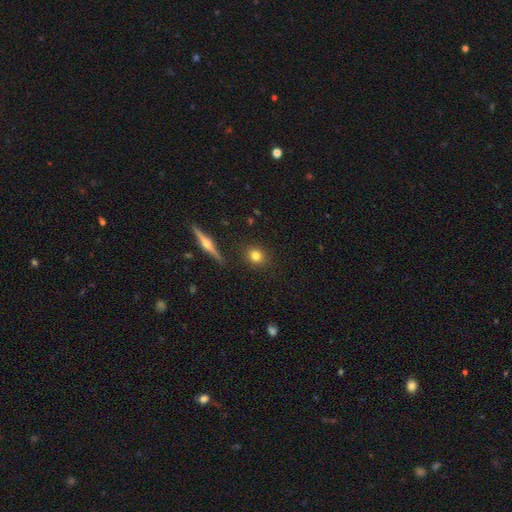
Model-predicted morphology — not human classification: Smooth or featured?
  - smooth: 76% *
  - featured or disk: 14%
  - star or artifact: 10%
How rounded?
  - round: 77% *
  - in between: 20%
  - cigar-shaped: 3%
Merging?
  - none: 89% *
  - minor disturbance: 7%
  - major disturbance: 2%
  - merger: 2%